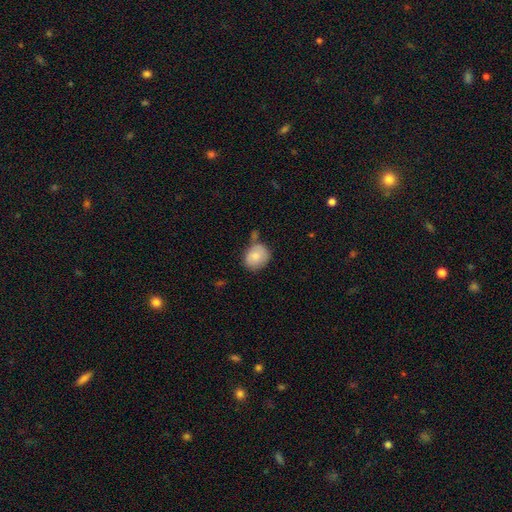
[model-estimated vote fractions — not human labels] Smooth or featured? Predicted: smooth (p=0.83). How rounded? Predicted: round (p=0.58). Merging? Predicted: none (p=0.55).